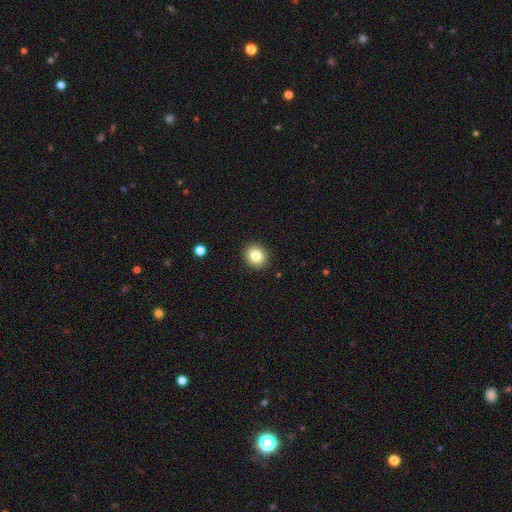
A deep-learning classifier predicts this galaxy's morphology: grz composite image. It shows a smooth galaxy with no disk features (82%) that is round (74%). Merging: none (91%).